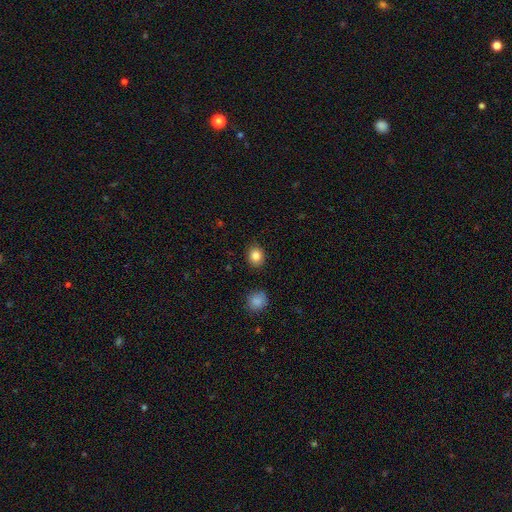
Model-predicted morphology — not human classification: The model was most divided on "how rounded": round: 68%, in between: 31%, cigar-shaped: 1%. More confident: merging — none (88%); smooth or featured — smooth (85%).